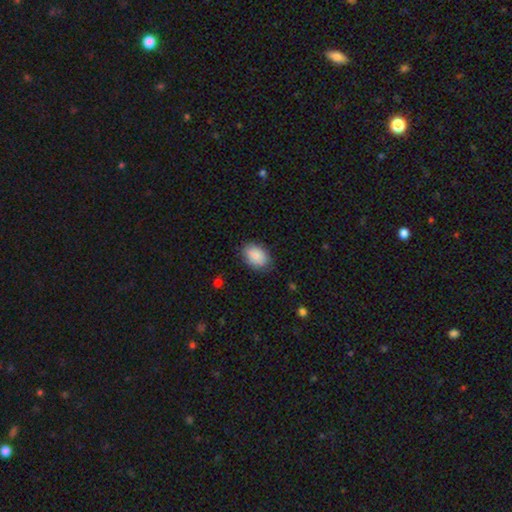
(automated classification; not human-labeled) A smooth galaxy with no disk features (88%) that is in between round and cigar-shaped (86%).

Vote fractions:
- Smooth or featured? smooth: 88% / star or artifact: 7% / featured or disk: 6%
- How rounded? in between: 86% / round: 13% / cigar-shaped: 1%
- Merging? none: 80% / minor disturbance: 15% / major disturbance: 3% / merger: 1%